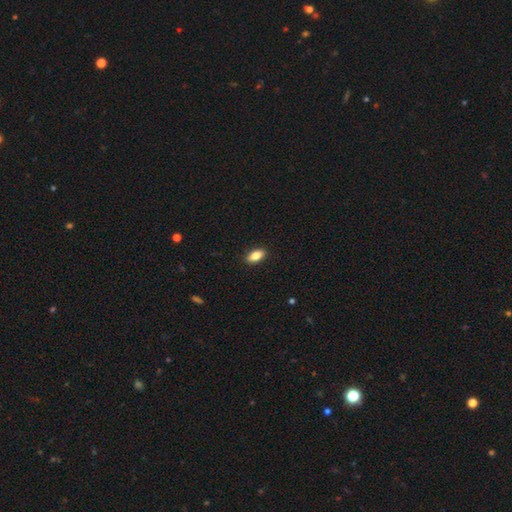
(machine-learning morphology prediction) A smooth galaxy with no disk features (81%) that is in between round and cigar-shaped (86%).

Vote fractions:
- Smooth or featured? smooth: 81% / featured or disk: 11% / star or artifact: 7%
- How rounded? in between: 86% / cigar-shaped: 10% / round: 4%
- Merging? none: 89% / minor disturbance: 8% / major disturbance: 2% / merger: 1%